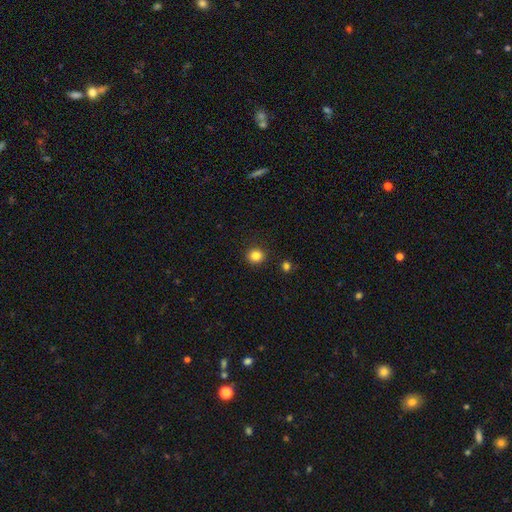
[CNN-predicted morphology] The model was most divided on "smooth or featured": smooth: 84%, star or artifact: 12%, featured or disk: 4%. More confident: merging — none (90%); how rounded — round (90%).